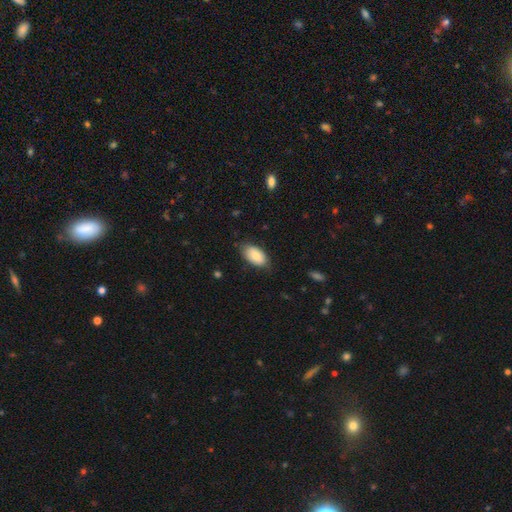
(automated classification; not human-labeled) Morphology: type=smooth (84%); roundness=in between (95%); merging=none (74%).